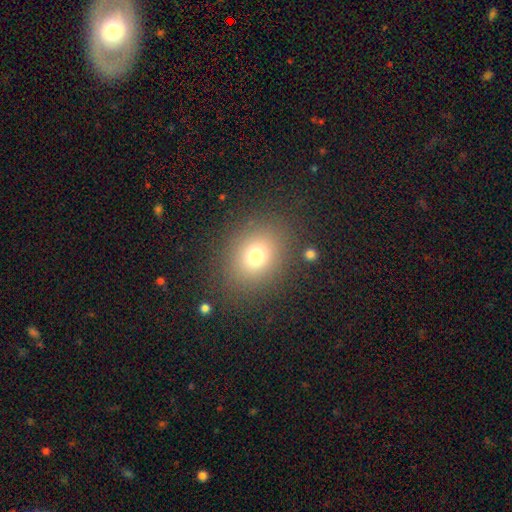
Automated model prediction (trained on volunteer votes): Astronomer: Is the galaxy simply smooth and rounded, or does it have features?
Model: smooth — 74%.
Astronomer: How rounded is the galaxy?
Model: round — 59% (runner-up: in between, 40%).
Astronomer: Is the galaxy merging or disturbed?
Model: none — 84%.